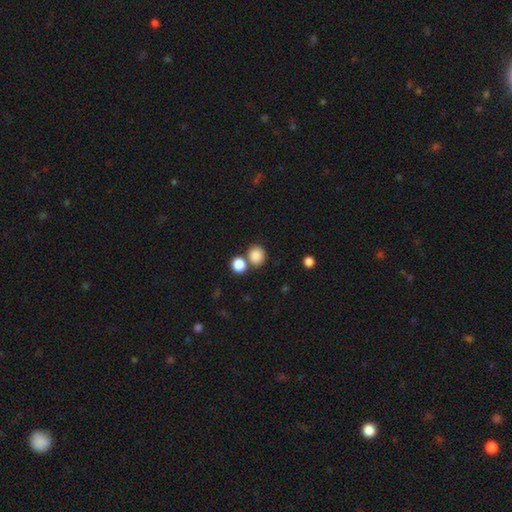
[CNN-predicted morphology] The model was most divided on "merging": none: 66%, merger: 22%, minor disturbance: 9%, major disturbance: 3%. More confident: smooth or featured — smooth (85%); how rounded — round (81%).